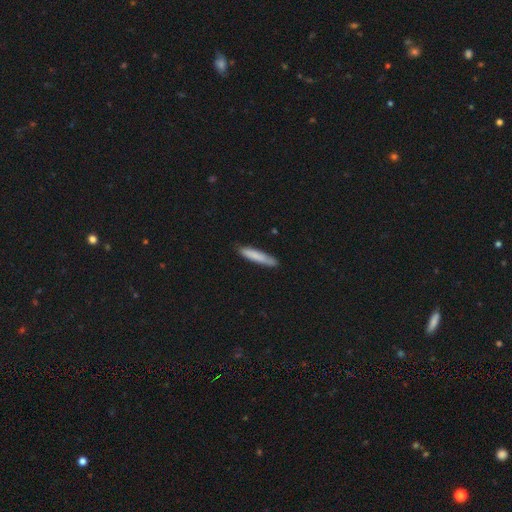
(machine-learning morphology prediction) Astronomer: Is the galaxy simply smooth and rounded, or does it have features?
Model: smooth — 79%.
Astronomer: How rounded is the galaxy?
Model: cigar-shaped — 89%.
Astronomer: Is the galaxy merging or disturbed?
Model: none — 81%.